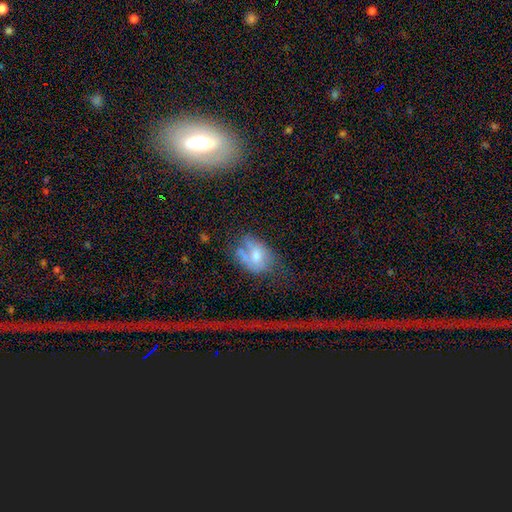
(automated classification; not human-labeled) A smooth galaxy with no disk features (49%).

Vote fractions:
- Smooth or featured? smooth: 49% / featured or disk: 40% / star or artifact: 12%
- Merging? major disturbance: 35% / none: 31% / minor disturbance: 21% / merger: 13%